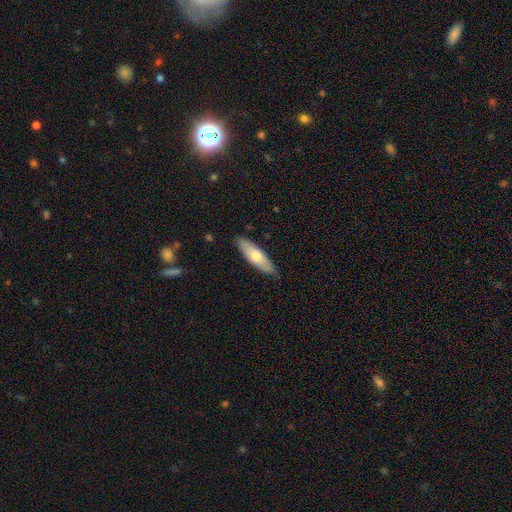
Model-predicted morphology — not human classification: This appears to be a smooth galaxy with no disk features (69%) that is cigar-shaped (50%). Merging: none (82%).